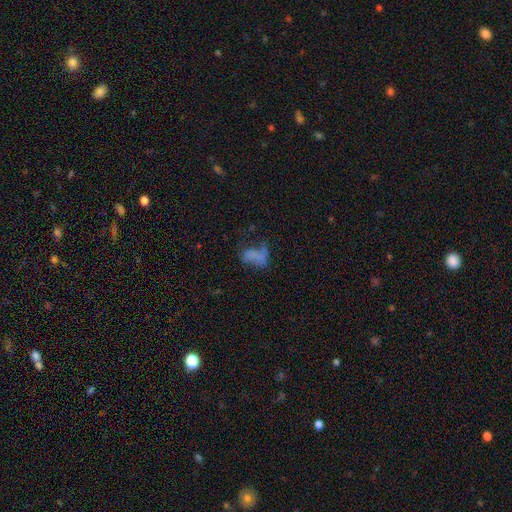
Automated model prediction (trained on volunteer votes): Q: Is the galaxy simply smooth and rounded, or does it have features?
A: smooth — 49%.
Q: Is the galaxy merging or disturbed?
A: major disturbance — 33%.